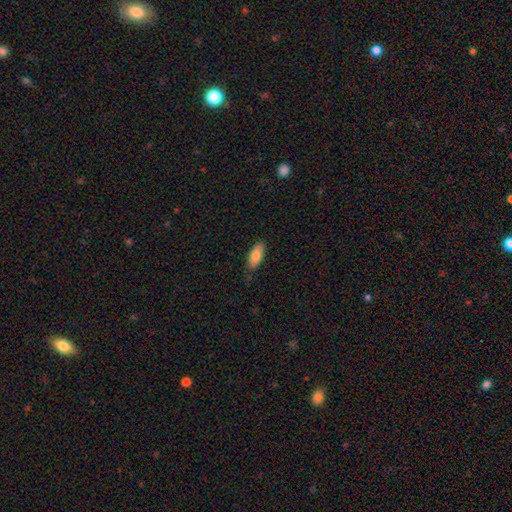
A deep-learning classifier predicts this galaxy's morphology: smooth_or_featured: smooth (p=0.82) [alt: featured or disk p=0.12]
how_rounded: in between (p=0.78) [alt: cigar-shaped p=0.20]
merging: none (p=0.80) [alt: minor disturbance p=0.16]